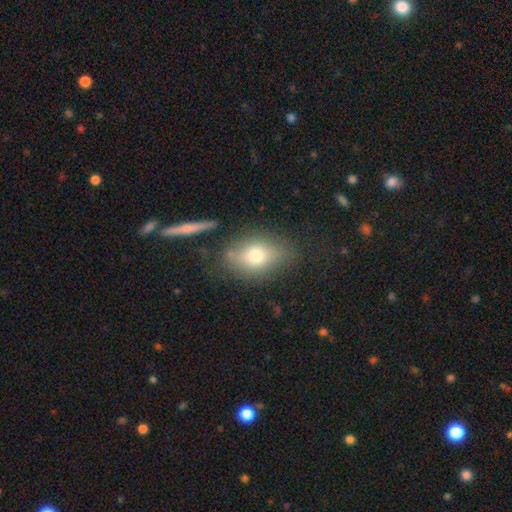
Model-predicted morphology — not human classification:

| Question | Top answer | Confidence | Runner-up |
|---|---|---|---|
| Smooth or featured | smooth | 72% | featured or disk (18%) |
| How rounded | in between | 72% | round (25%) |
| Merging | none | 71% | minor disturbance (17%) |